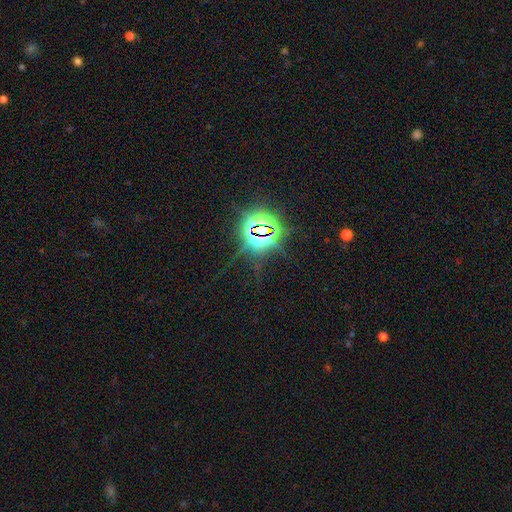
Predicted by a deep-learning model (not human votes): Morphology: type=star or artifact (84%).